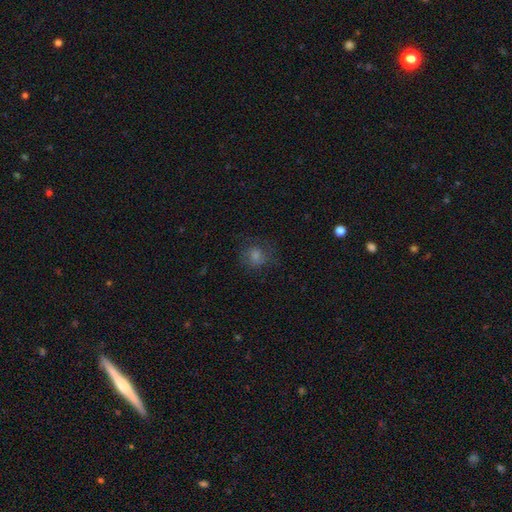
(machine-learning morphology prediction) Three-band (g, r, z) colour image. It shows a smooth galaxy with no disk features (56%) that is round (82%). Merging: none (74%).